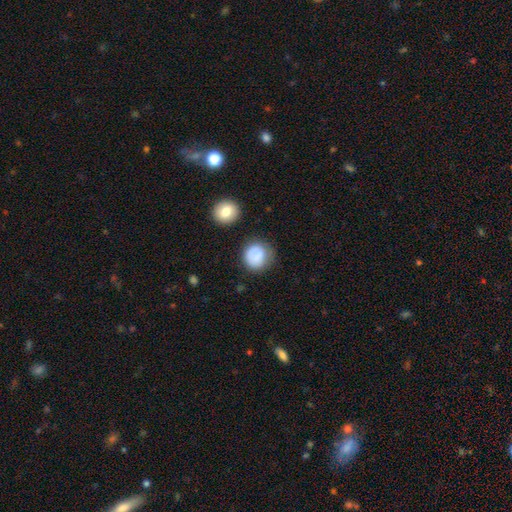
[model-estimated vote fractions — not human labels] Smooth or featured: smooth — 79% (featured or disk — 14%)
How rounded: round — 86% (in between — 13%)
Merging: none — 69% (minor disturbance — 19%)